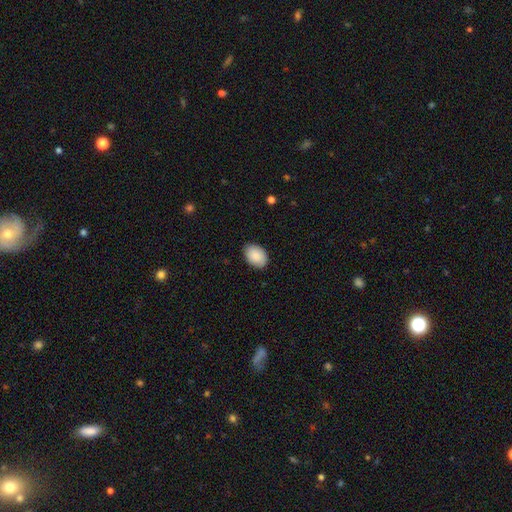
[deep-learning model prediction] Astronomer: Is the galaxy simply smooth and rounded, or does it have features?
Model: smooth — 90%.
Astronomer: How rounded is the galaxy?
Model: in between — 84%.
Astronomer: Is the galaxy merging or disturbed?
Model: none — 86%.